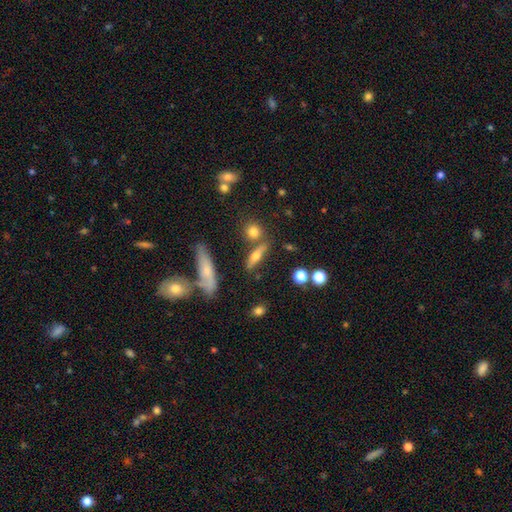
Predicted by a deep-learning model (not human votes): A smooth galaxy with no disk features (46%). Merging: none (68%).